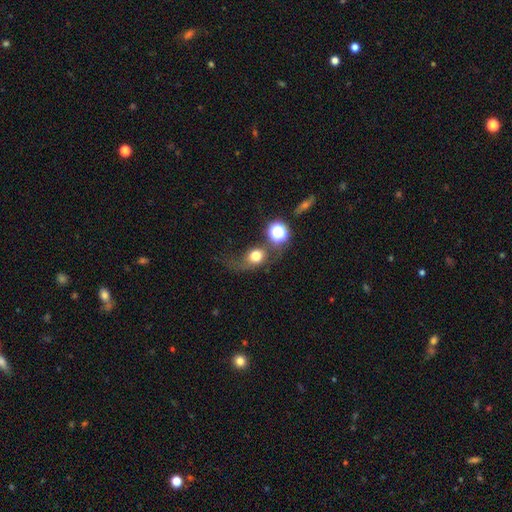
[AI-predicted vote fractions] Q: Smooth or featured?
A: smooth (67%); runner-up: featured or disk (19%)
Q: How rounded?
A: round (61%); runner-up: in between (38%)
Q: Merging?
A: major disturbance (32%); runner-up: none (31%)